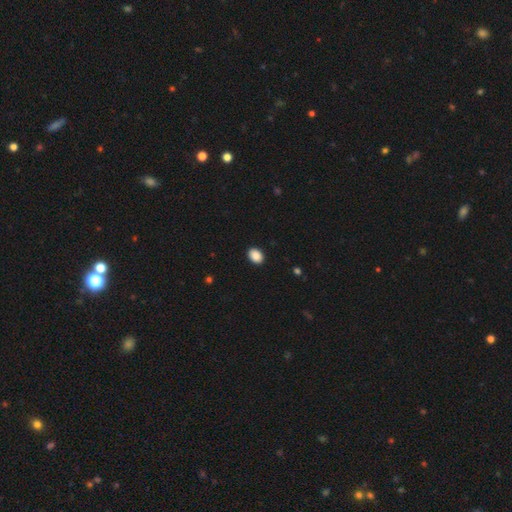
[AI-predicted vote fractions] Overall: smooth (90%). How rounded: in between (72%). Merging: none (91%).